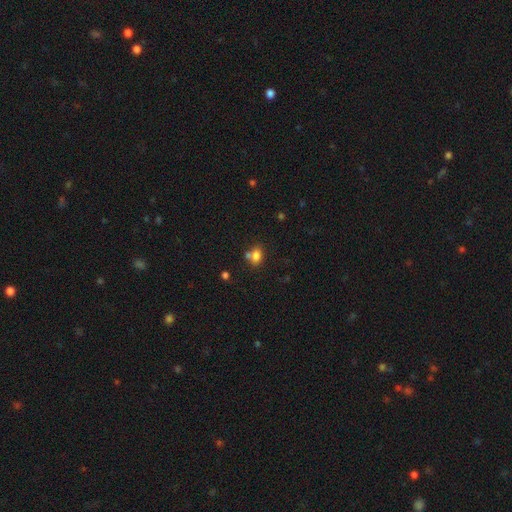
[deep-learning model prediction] smooth-or-featured: smooth: 78% | star or artifact: 12% | featured or disk: 10%
  how-rounded: in between: 70% | round: 28% | cigar-shaped: 2%
  merging: none: 53% | merger: 31% | minor disturbance: 12% | major disturbance: 4%